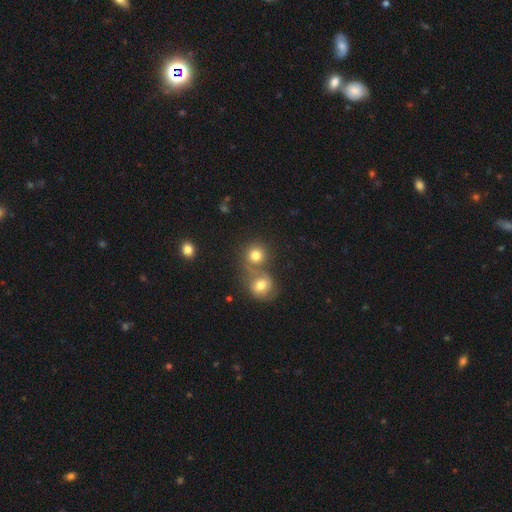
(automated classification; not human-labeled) A smooth galaxy with no disk features (79%) that is round (87%). Merging: none (48%).